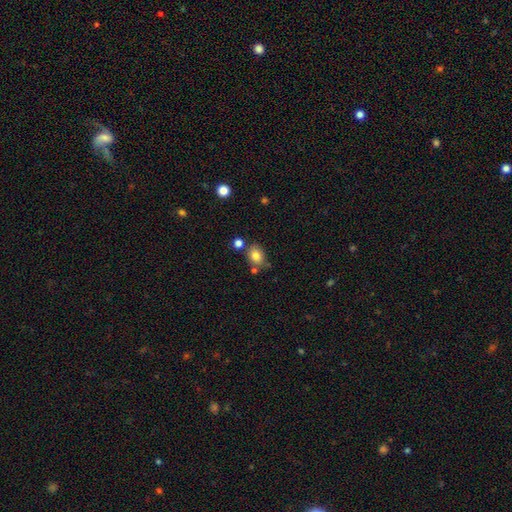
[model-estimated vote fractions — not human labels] smooth 81%, star or artifact 10%, featured or disk 9%. Down the decision tree: how rounded — in between (56%); merging — none (68%).